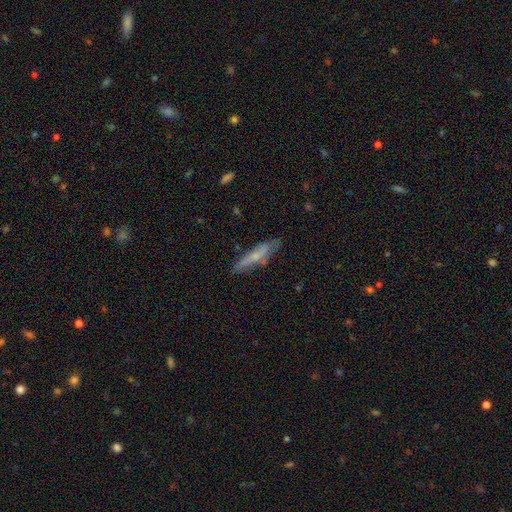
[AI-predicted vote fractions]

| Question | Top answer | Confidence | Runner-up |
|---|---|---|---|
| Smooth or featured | smooth | 47% | featured or disk (45%) |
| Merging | none | 69% | minor disturbance (23%) |